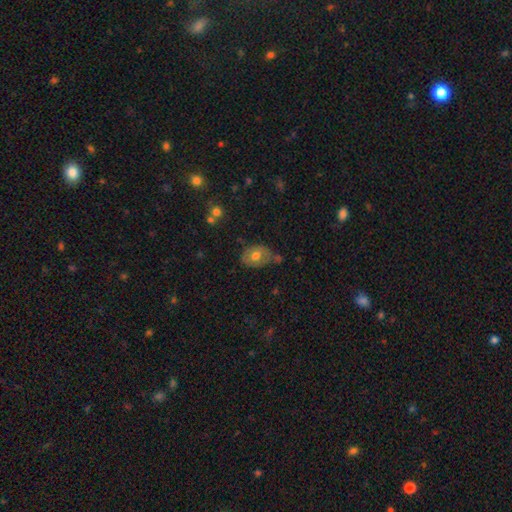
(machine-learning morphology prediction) A smooth galaxy with no disk features (62%) that is in between round and cigar-shaped (76%).

Vote fractions:
- Smooth or featured? smooth: 62% / featured or disk: 30% / star or artifact: 8%
- How rounded? in between: 76% / round: 23% / cigar-shaped: 1%
- Merging? none: 53% / minor disturbance: 30% / major disturbance: 9% / merger: 9%